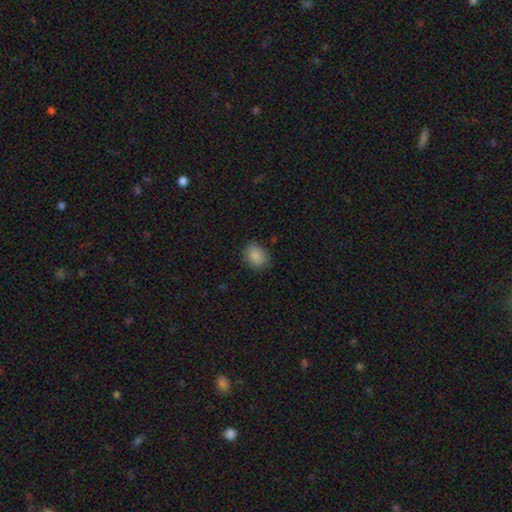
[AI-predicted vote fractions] A smooth galaxy with no disk features (87%) that is in between round and cigar-shaped (54%). Merging: none (82%).